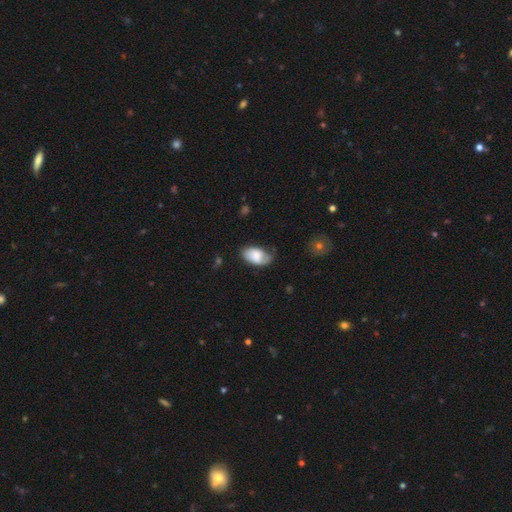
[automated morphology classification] smooth 72%, featured or disk 21%, star or artifact 7%. Down the decision tree: how rounded — in between (94%); merging — none (55%).